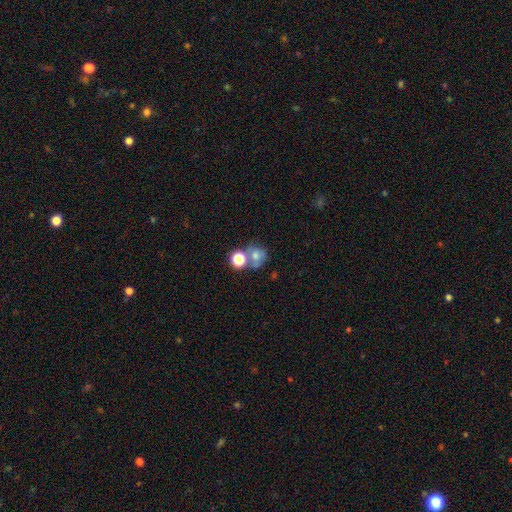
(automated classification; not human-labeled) Smooth or featured?
  - smooth: 66% *
  - featured or disk: 18%
  - star or artifact: 16%
How rounded?
  - round: 74% *
  - in between: 25%
  - cigar-shaped: 1%
Merging?
  - merger: 40% * (tied)
  - none: 40% * (tied)
  - minor disturbance: 12%
  - major disturbance: 8%